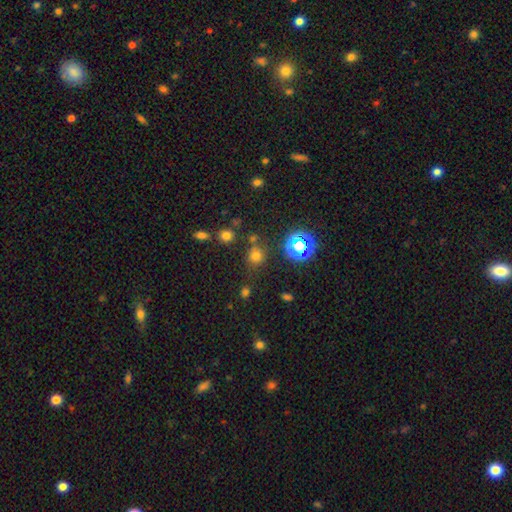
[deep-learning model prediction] smooth 64%, star or artifact 29%, featured or disk 7%. Down the decision tree: how rounded — round (82%); merging — none (74%).